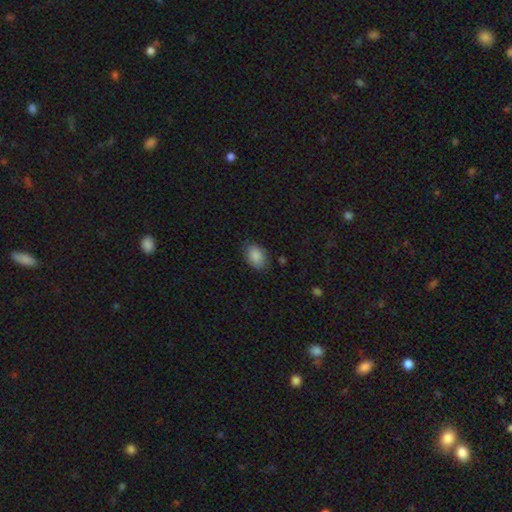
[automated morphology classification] A smooth galaxy with no disk features (88%) that is in between round and cigar-shaped (81%). Merging: none (78%).